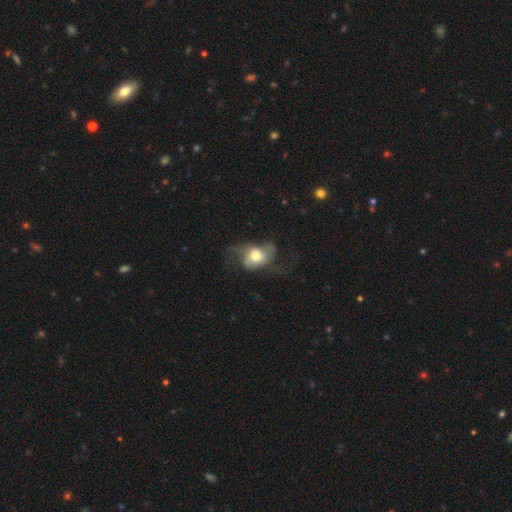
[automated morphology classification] smooth-or-featured: smooth: 46% (tied) | featured or disk: 46% (tied) | star or artifact: 7%
  merging: major disturbance: 41% | none: 35% | minor disturbance: 22% | merger: 2%